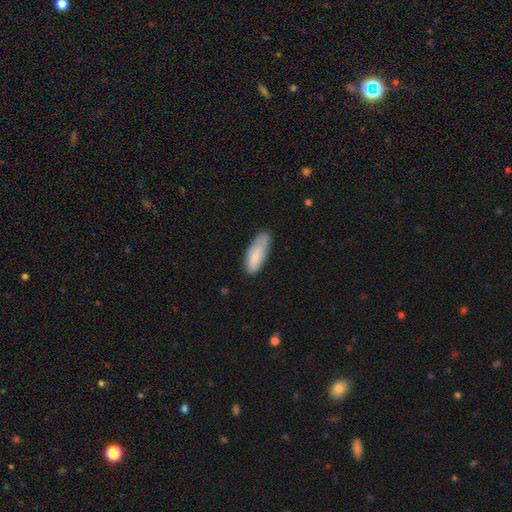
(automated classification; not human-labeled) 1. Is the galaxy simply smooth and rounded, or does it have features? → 80% smooth, 14% featured or disk, 6% star or artifact.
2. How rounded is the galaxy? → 69% in between, 29% cigar-shaped, 2% round.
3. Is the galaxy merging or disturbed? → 63% none, 29% minor disturbance, 6% major disturbance, 2% merger.